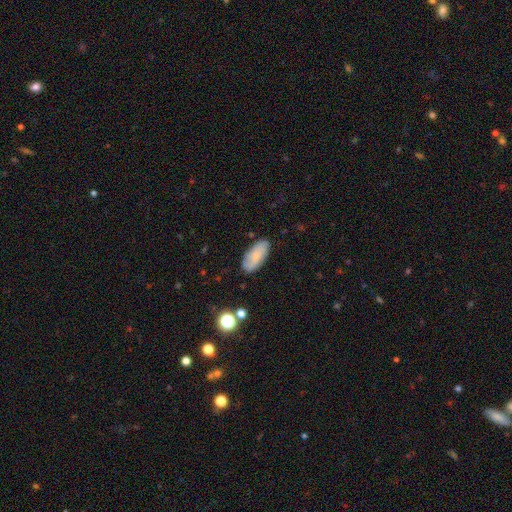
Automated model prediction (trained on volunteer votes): Smooth or featured? Predicted: smooth (p=0.71). How rounded? Predicted: in between (p=0.88). Merging? Predicted: none (p=0.82).